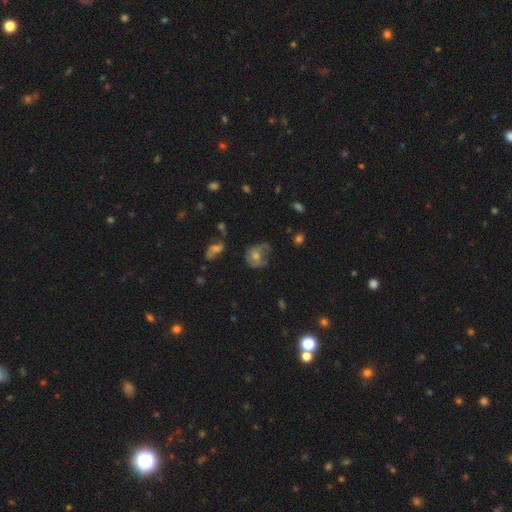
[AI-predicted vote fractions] Morphology: type=featured or disk (44%); merging=none (45%).